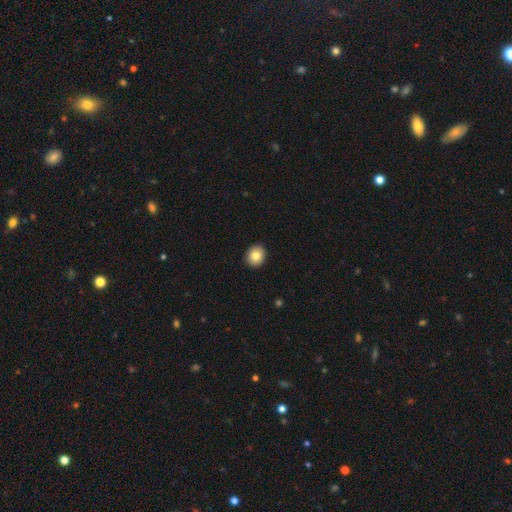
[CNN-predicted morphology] smooth 82%, featured or disk 9%, star or artifact 9%. Down the decision tree: how rounded — round (78%); merging — none (91%).